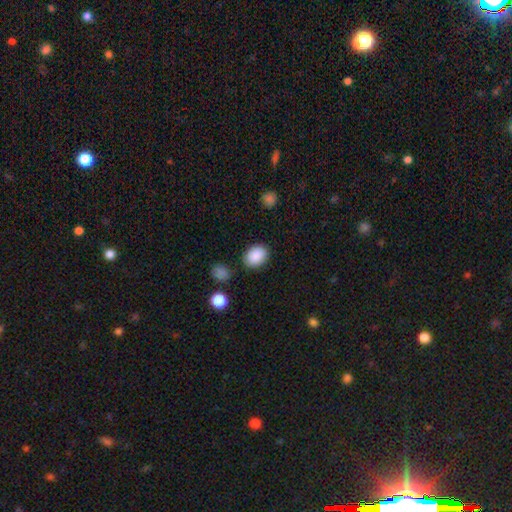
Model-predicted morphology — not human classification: smooth 89%, star or artifact 8%, featured or disk 4%. Down the decision tree: how rounded — in between (72%); merging — none (82%).